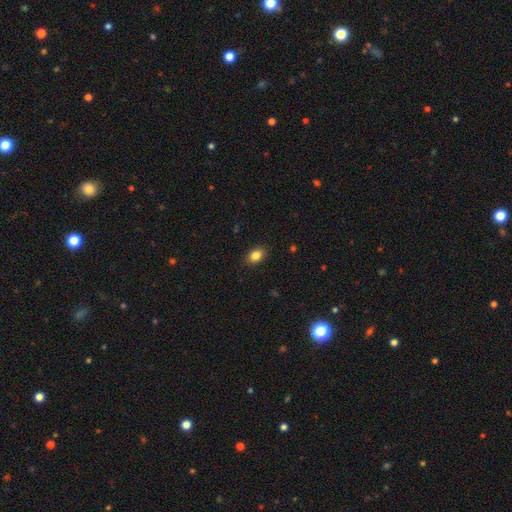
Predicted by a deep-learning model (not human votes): Smooth or featured? Predicted: smooth (p=0.85). How rounded? Predicted: in between (p=0.82). Merging? Predicted: none (p=0.88).